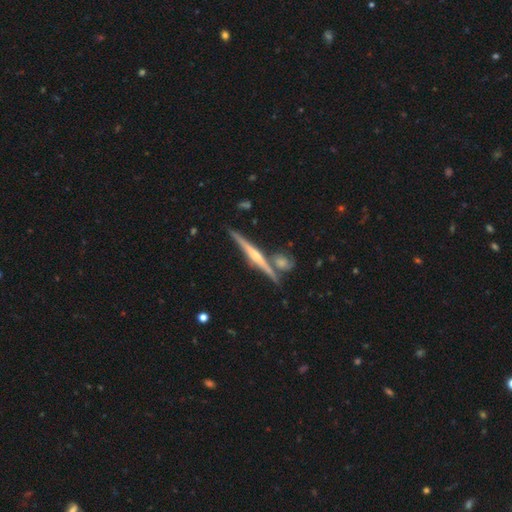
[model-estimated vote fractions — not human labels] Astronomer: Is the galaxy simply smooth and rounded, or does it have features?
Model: featured or disk — 76%.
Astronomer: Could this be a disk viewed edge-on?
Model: yes — 98%.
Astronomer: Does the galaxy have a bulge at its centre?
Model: rounded — 69%.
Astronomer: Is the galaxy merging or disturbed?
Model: none — 80%.